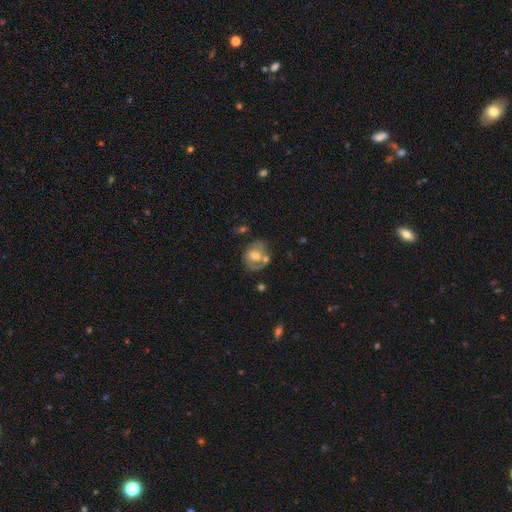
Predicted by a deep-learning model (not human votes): A featured or disk galaxy (53%) with no bar (62%), spiral arms (58%) and a moderate central bulge (69%).

Vote fractions:
- Smooth or featured? featured or disk: 53% / smooth: 39% / star or artifact: 8%
- Edge-on disk? no: 96% / yes: 4%
- Bar? no: 62% / weak: 30% / strong: 8%
- Spiral arms? yes: 58% / no: 42%
- Bulge size? moderate: 69% / small: 17% / large: 10% / none: 2% / dominant: 1%
- Merging? none: 49% / minor disturbance: 21% / merger: 19% / major disturbance: 11%